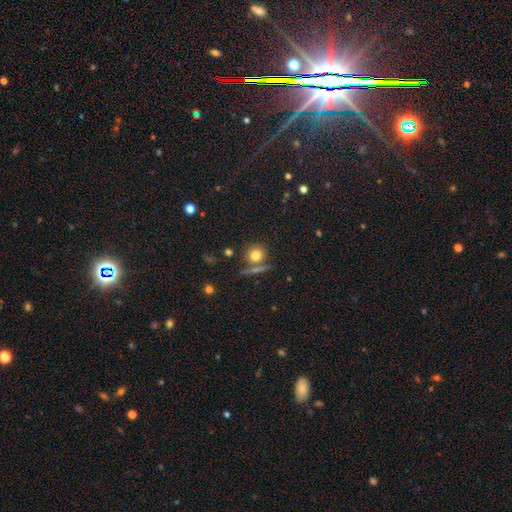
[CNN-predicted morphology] This is likely a smooth galaxy (77%). How rounded: clearly round (87%). Merging: likely none (73%).